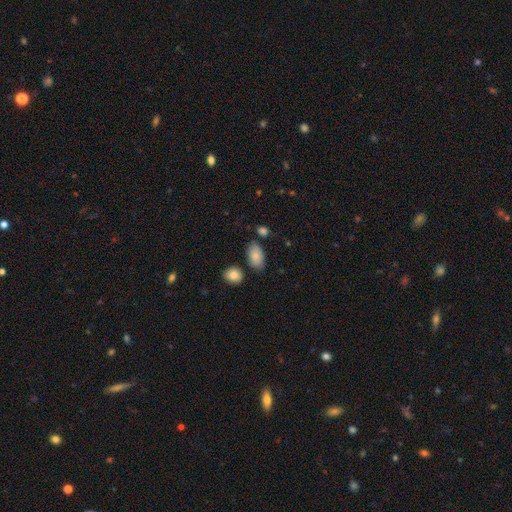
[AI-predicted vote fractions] Q: Smooth or featured?
A: smooth (85%); runner-up: featured or disk (8%)
Q: How rounded?
A: in between (92%); runner-up: round (6%)
Q: Merging?
A: none (73%); runner-up: minor disturbance (16%)